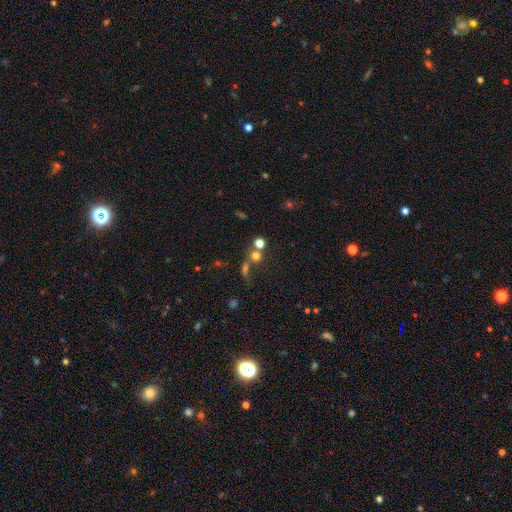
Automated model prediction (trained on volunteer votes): smooth-or-featured: smooth: 63% | star or artifact: 23% | featured or disk: 13%
  how-rounded: round: 84% | in between: 15% | cigar-shaped: 2%
  merging: none: 45% | merger: 39% | minor disturbance: 8% | major disturbance: 7%